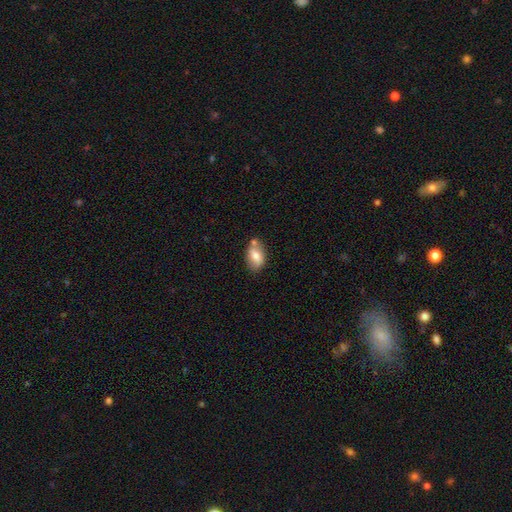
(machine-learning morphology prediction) Smooth or featured: smooth — 72% (featured or disk — 20%)
How rounded: in between — 88% (round — 9%)
Merging: none — 62% (minor disturbance — 18%)